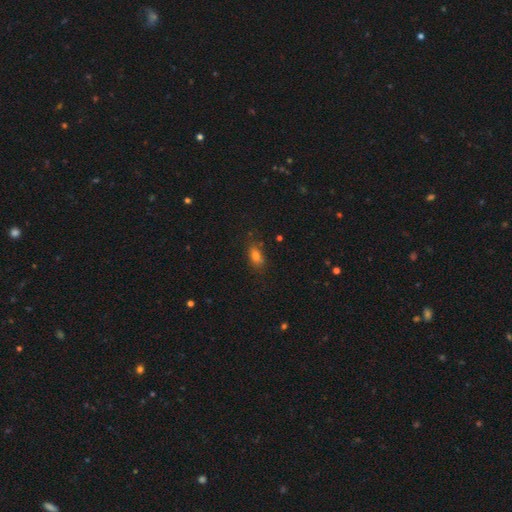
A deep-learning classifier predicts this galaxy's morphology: A smooth galaxy with no disk features (78%) that is in between round and cigar-shaped (82%).

Vote fractions:
- Smooth or featured? smooth: 78% / star or artifact: 14% / featured or disk: 8%
- How rounded? in between: 82% / round: 12% / cigar-shaped: 6%
- Merging? none: 77% / minor disturbance: 16% / major disturbance: 5% / merger: 2%